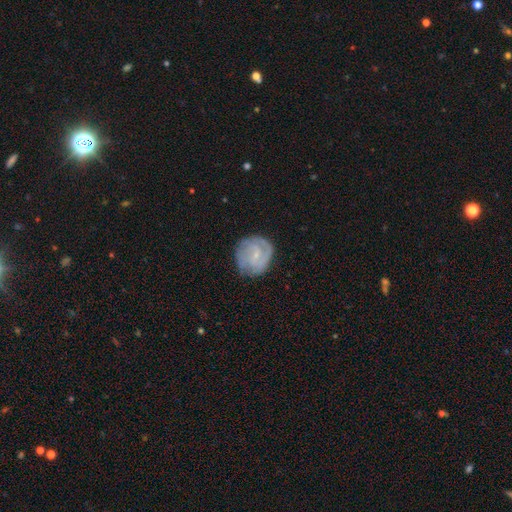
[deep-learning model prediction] A featured or disk galaxy (68%) with no bar (50%), 2 (42%) tight (53%) spiral arms (87%) and a small central bulge (76%).

Vote fractions:
- Smooth or featured? featured or disk: 68% / smooth: 26% / star or artifact: 6%
- Edge-on disk? no: 98% / yes: 2%
- Bar? no: 50% / weak: 42% / strong: 8%
- Spiral arms? yes: 87% / no: 13%
- Spiral winding? tight: 53% / medium: 35% / loose: 12%
- Spiral arm count? 2: 42% / can't tell: 30% / 3: 14% / 1: 7% / 4: 4% / more than 4: 3%
- Bulge size? small: 76% / moderate: 15% / none: 8% / large: 1% / dominant: 1%
- Merging? none: 72% / minor disturbance: 20% / major disturbance: 7% / merger: 1%